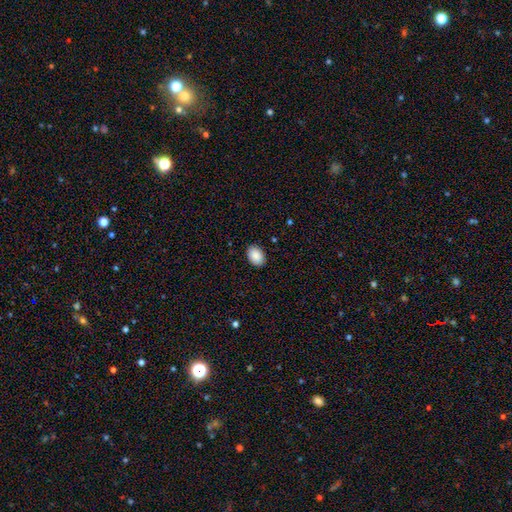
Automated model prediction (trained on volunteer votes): smooth 90%, star or artifact 7%, featured or disk 3%. Down the decision tree: how rounded — in between (80%); merging — none (90%).